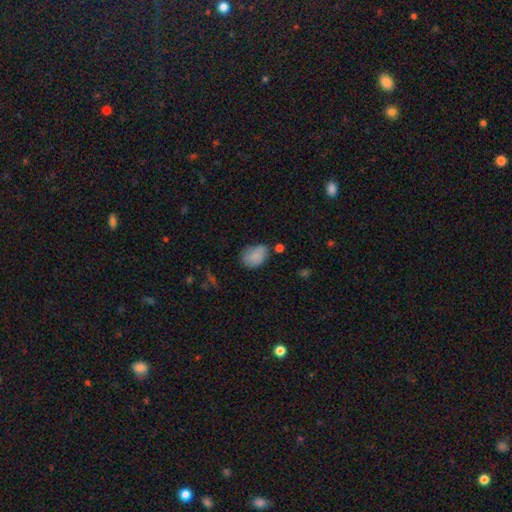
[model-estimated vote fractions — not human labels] Smooth or featured: smooth — 82% (featured or disk — 10%)
How rounded: in between — 73% (round — 26%)
Merging: none — 56% (minor disturbance — 30%)